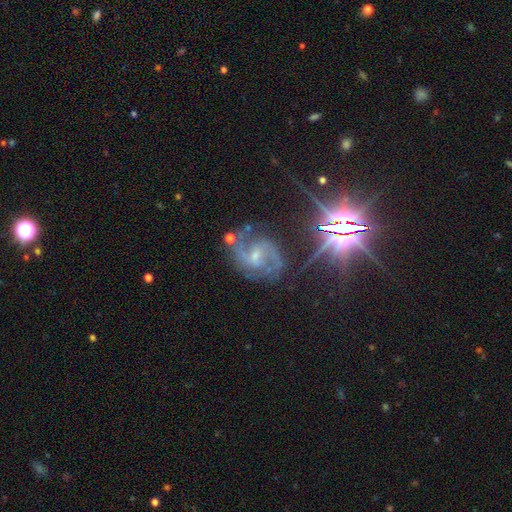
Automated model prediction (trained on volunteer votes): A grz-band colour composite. It shows a featured or disk galaxy (79%) with a weak bar (48%), 2 (79%) medium (55%) spiral arms (97%) and a small central bulge (62%). Merging: none (69%).